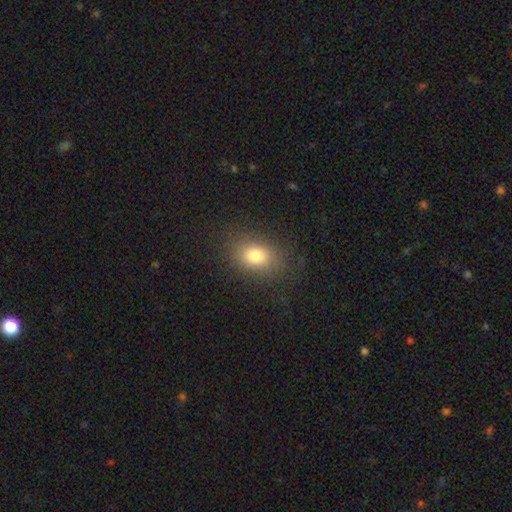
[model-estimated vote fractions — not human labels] Smooth or featured? Predicted: smooth (p=0.78). How rounded? Predicted: in between (p=0.67). Merging? Predicted: none (p=0.84).